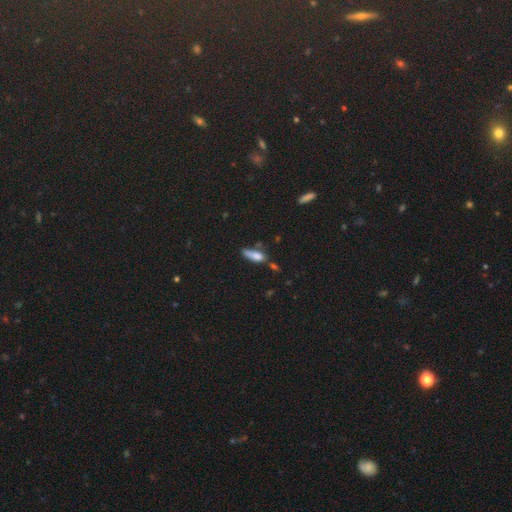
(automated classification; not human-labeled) Q: Smooth or featured?
A: smooth (72%); runner-up: featured or disk (17%)
Q: How rounded?
A: in between (56%); runner-up: cigar-shaped (40%)
Q: Merging?
A: none (42%); runner-up: minor disturbance (29%)